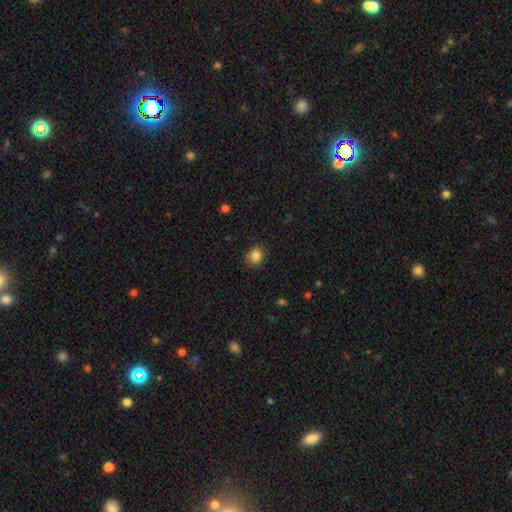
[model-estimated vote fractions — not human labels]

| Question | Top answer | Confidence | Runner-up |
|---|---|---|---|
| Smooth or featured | smooth | 85% | star or artifact (10%) |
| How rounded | round | 68% | in between (31%) |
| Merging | none | 84% | minor disturbance (12%) |